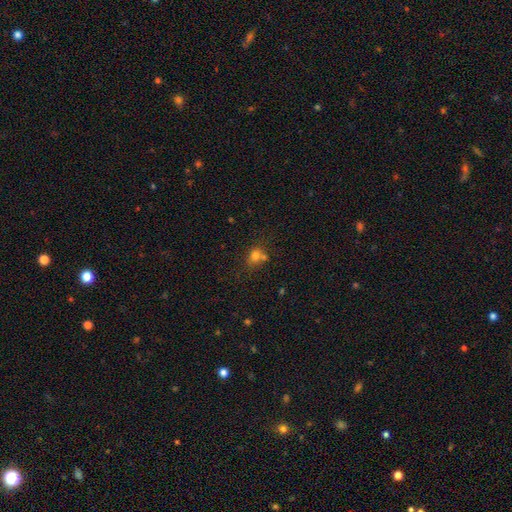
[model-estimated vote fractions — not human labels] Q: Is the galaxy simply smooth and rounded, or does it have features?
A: smooth — 73%.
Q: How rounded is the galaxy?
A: round — 64%.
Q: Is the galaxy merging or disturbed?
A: none — 47%.